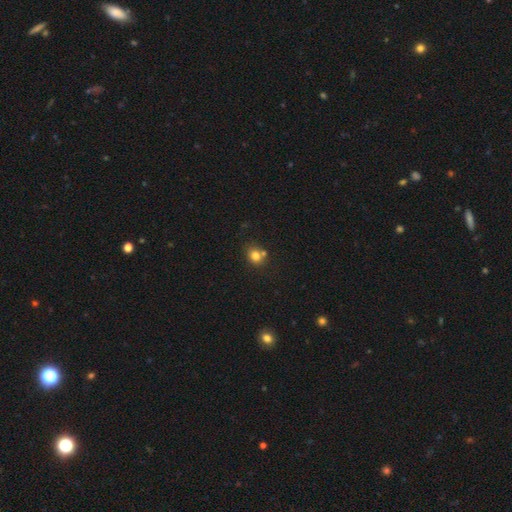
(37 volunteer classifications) Overall: smooth (76%). How rounded: round (79%). Merging: none (59%; merger 21%).